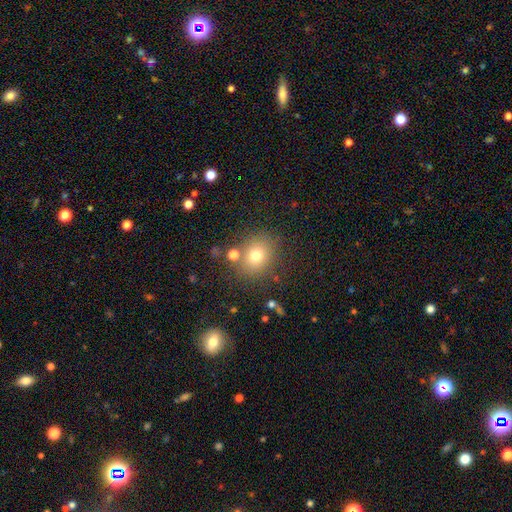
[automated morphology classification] Q: Smooth or featured?
A: smooth (74%); runner-up: star or artifact (15%)
Q: How rounded?
A: round (73%); runner-up: in between (26%)
Q: Merging?
A: none (78%); runner-up: minor disturbance (10%)